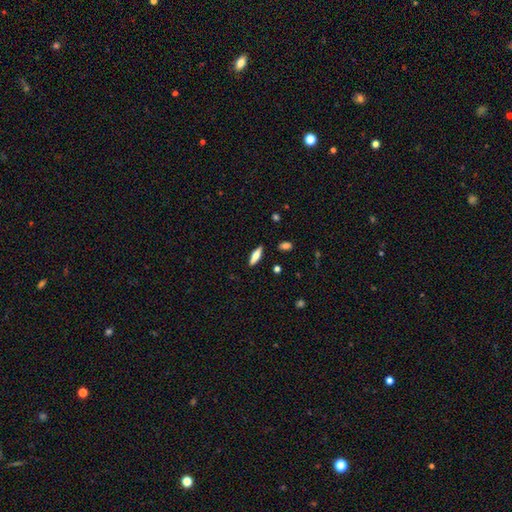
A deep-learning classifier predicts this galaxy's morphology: Q: Smooth or featured?
A: smooth (64%); runner-up: featured or disk (29%)
Q: How rounded?
A: cigar-shaped (56%); runner-up: in between (41%)
Q: Merging?
A: none (88%); runner-up: minor disturbance (9%)